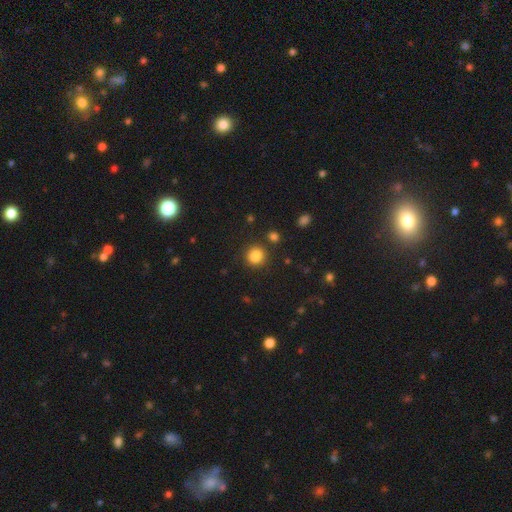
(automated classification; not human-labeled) Smooth or featured?
  - smooth: 85% *
  - star or artifact: 11%
  - featured or disk: 4%
How rounded?
  - round: 82% *
  - in between: 17%
  - cigar-shaped: 1%
Merging?
  - none: 82% *
  - minor disturbance: 10%
  - merger: 4%
  - major disturbance: 3%